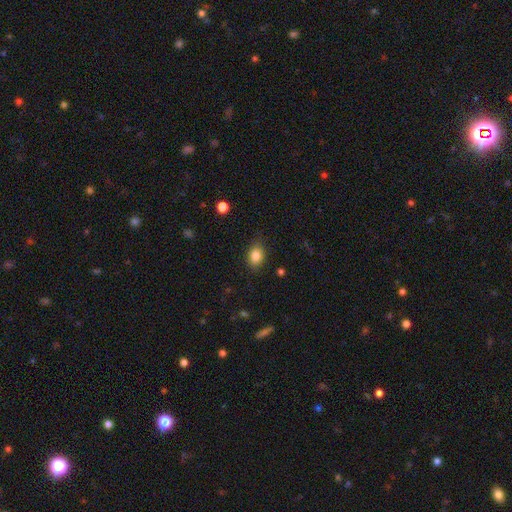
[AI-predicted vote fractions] This appears to be a smooth galaxy with no disk features (85%) that is in between round and cigar-shaped (72%). Merging: none (81%).